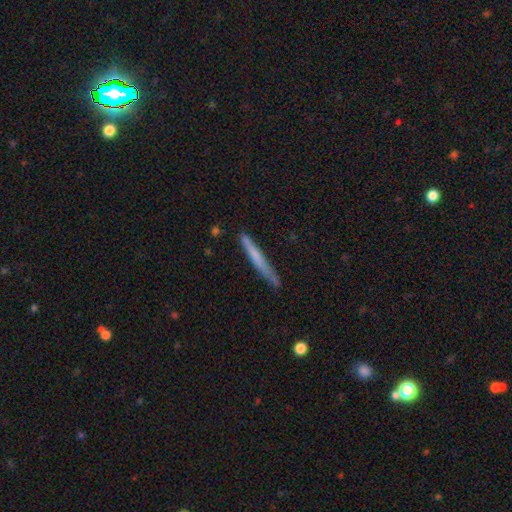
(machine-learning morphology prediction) A smooth galaxy with no disk features (58%) that is cigar-shaped (96%). Merging: none (80%).